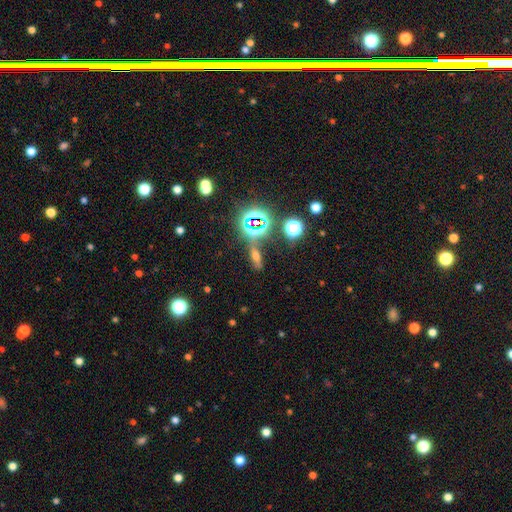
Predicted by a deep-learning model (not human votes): star or artifact 40%, smooth 38%, featured or disk 22%.